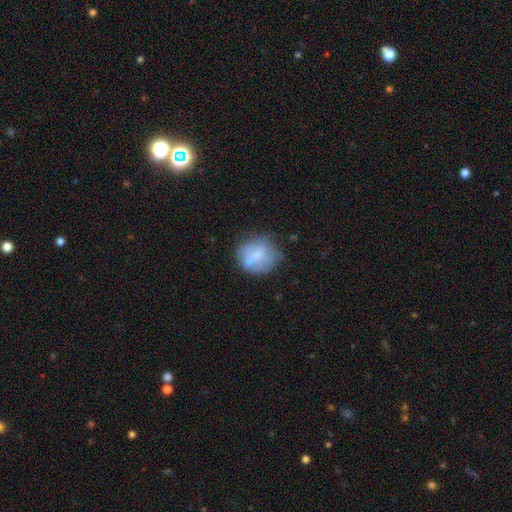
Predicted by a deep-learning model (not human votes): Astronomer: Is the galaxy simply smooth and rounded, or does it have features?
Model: smooth — 66%.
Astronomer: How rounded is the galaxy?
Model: round — 76%.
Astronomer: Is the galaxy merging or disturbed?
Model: none — 49%.